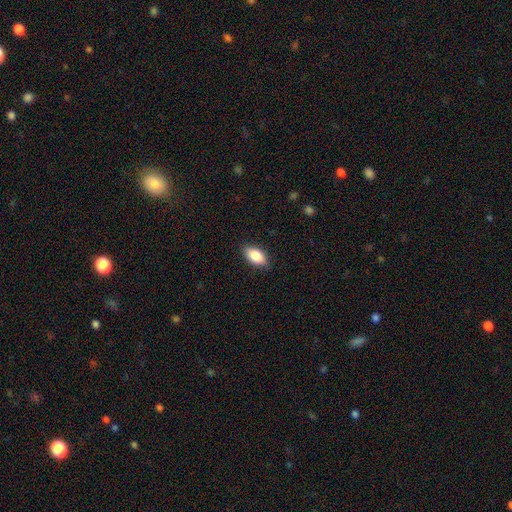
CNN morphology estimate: This appears to be a smooth galaxy with no disk features (86%) that is in between round and cigar-shaped (91%). Merging: none (87%).